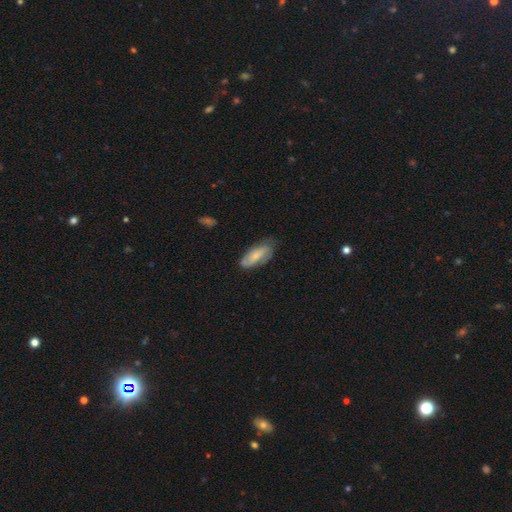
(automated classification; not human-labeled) This is possibly a smooth galaxy (50%). How rounded: clearly in between (81%). Merging: likely none (61%).